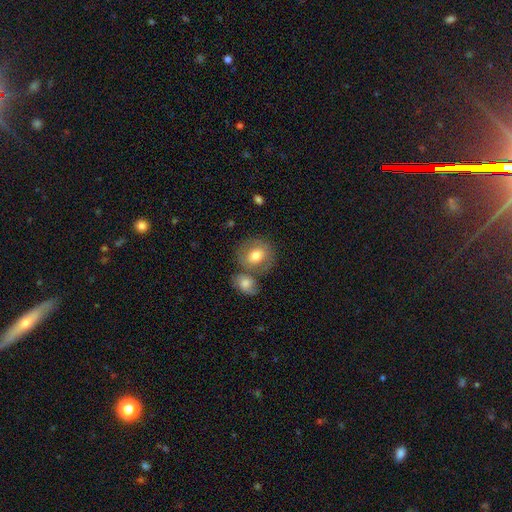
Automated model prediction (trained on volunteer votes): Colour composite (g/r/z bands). It shows a smooth galaxy with no disk features (66%) that is round (71%). Merging: none (55%).